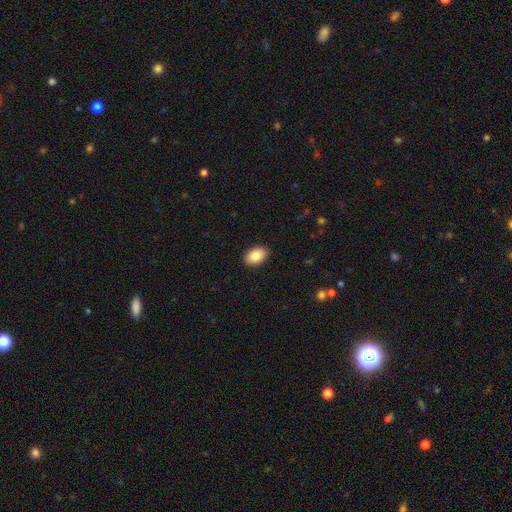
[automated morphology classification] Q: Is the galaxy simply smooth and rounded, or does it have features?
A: smooth — 85%.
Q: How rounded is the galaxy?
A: in between — 88%.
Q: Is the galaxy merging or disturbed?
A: none — 90%.